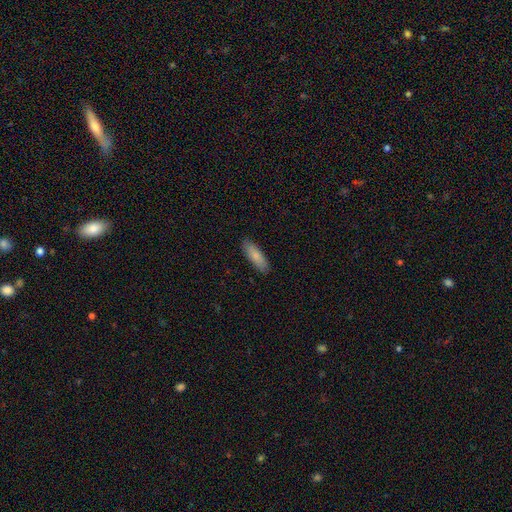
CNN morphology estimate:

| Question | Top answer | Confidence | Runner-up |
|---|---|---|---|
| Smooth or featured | smooth | 83% | featured or disk (12%) |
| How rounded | in between | 58% | cigar-shaped (40%) |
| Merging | none | 87% | minor disturbance (10%) |